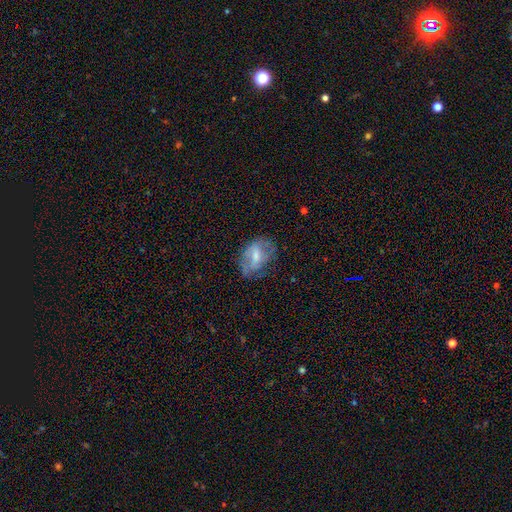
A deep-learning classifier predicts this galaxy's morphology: smooth_or_featured: featured or disk (p=0.49) [alt: smooth p=0.43]
merging: none (p=0.55) [alt: minor disturbance p=0.27]